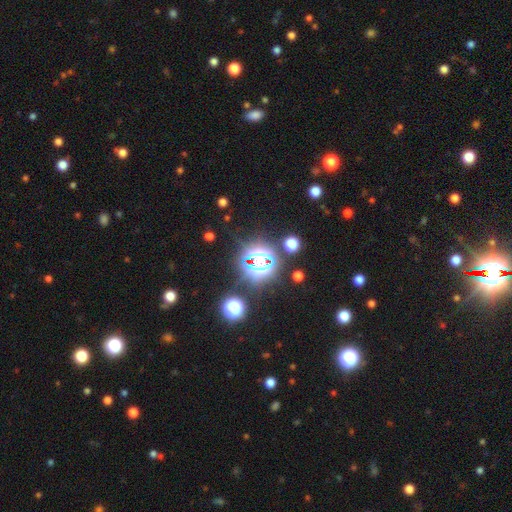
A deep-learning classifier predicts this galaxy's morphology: smooth_or_featured: star or artifact (p=0.67) [alt: smooth p=0.22]